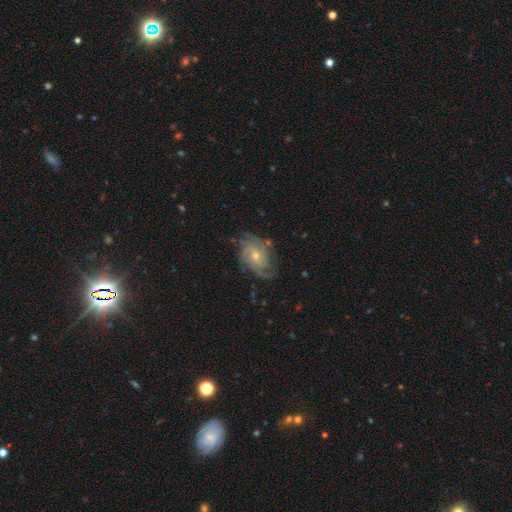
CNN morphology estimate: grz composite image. It shows a featured or disk galaxy (80%) with no bar (75%), tight (49%) spiral arms (92%) and a small central bulge (59%). Merging: none (65%).